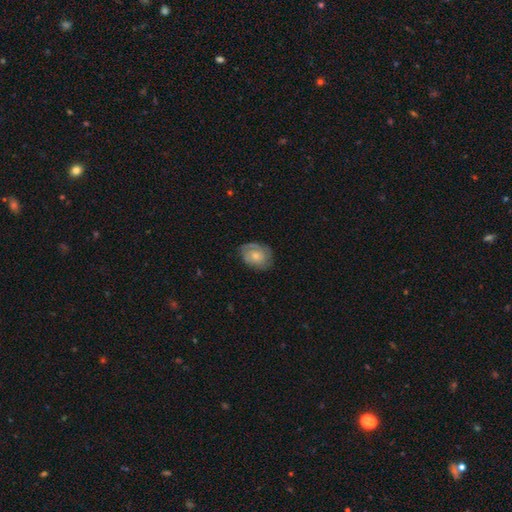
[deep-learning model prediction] Smooth or featured?
  - smooth: 51% *
  - featured or disk: 42%
  - star or artifact: 7%
How rounded?
  - in between: 65% *
  - round: 34%
  - cigar-shaped: 1%
Merging?
  - none: 69% *
  - minor disturbance: 23%
  - major disturbance: 7%
  - merger: 1%